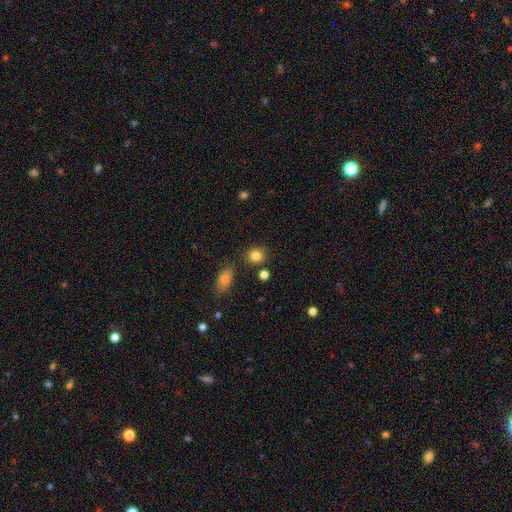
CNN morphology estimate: Overall: smooth (83%). How rounded: round (75%). Merging: none (81%).